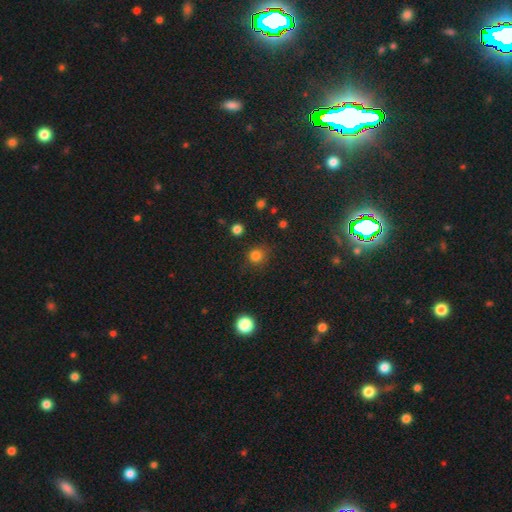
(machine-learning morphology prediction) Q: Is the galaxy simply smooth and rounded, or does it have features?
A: smooth — 82%.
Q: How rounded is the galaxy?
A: round — 90%.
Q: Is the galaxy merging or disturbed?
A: none — 81%.